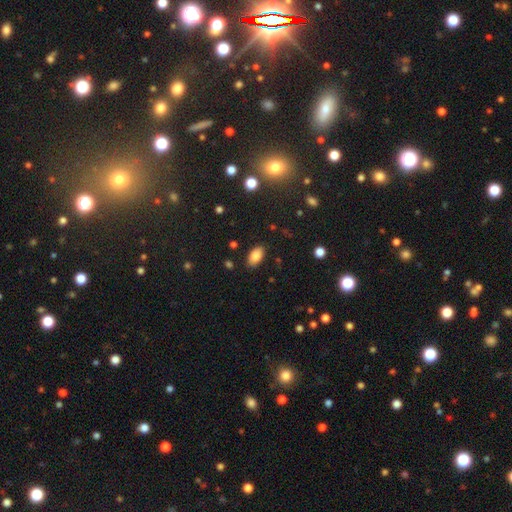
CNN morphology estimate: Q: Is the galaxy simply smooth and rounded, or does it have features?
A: smooth — 84%.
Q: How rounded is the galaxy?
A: in between — 93%.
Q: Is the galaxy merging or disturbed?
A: none — 86%.